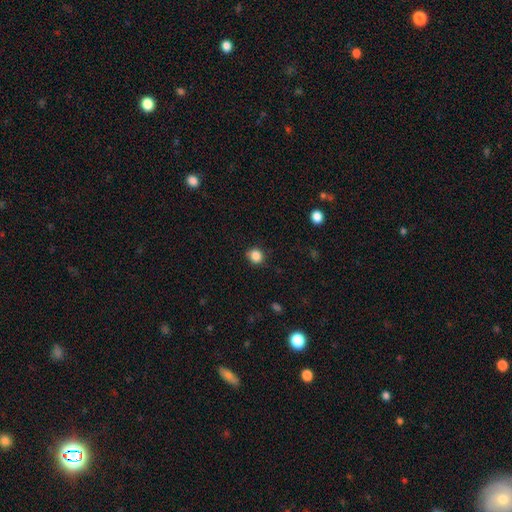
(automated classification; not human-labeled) Smooth or featured?
  - smooth: 86% *
  - star or artifact: 11%
  - featured or disk: 3%
How rounded?
  - round: 84% *
  - in between: 15%
  - cigar-shaped: 1%
Merging?
  - none: 87% *
  - minor disturbance: 10%
  - major disturbance: 2%
  - merger: 1%